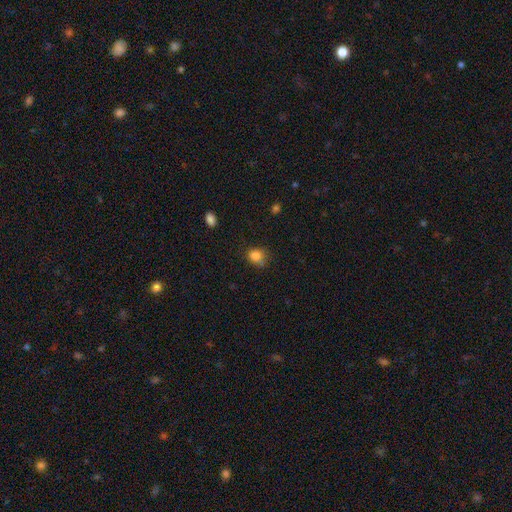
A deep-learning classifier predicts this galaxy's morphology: Overall: smooth (83%). How rounded: round (61%; in between 38%). Merging: none (58%; minor disturbance 30%).